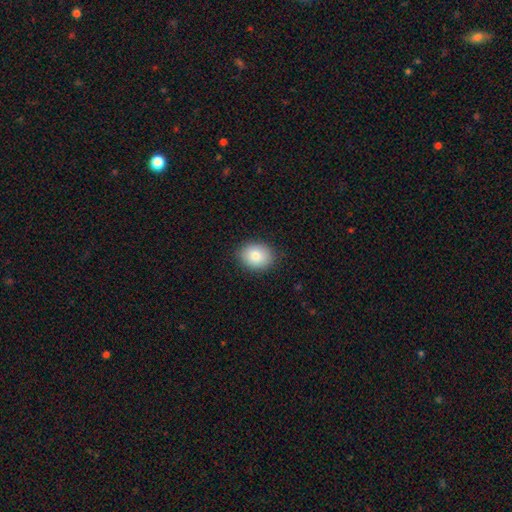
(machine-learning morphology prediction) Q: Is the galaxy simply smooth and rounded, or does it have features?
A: smooth — 84%.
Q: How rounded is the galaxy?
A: in between — 50%.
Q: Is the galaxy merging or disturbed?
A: none — 87%.